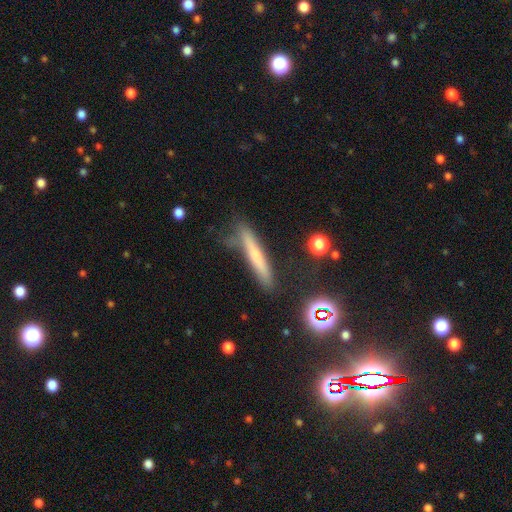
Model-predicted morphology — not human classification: type=smooth (54%); roundness=cigar-shaped (93%); merging=none (72%).